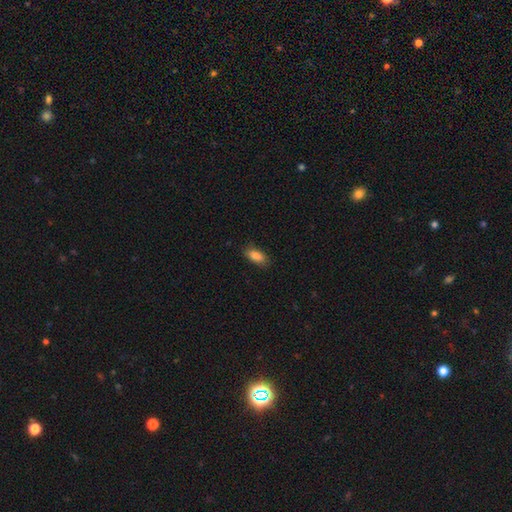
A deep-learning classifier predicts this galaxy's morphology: smooth_or_featured: smooth (p=0.87) [alt: star or artifact p=0.08]
how_rounded: in between (p=0.87) [alt: cigar-shaped p=0.10]
merging: none (p=0.84) [alt: minor disturbance p=0.13]